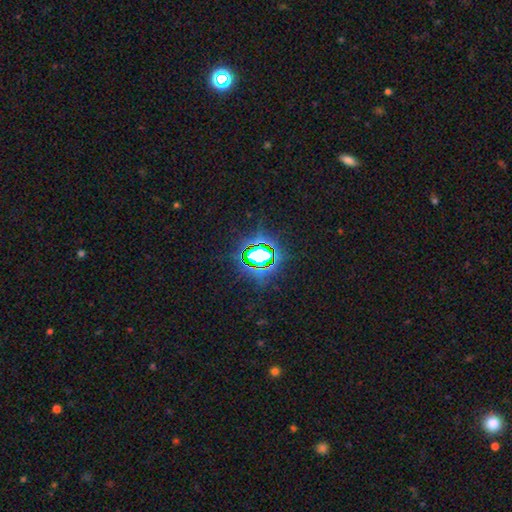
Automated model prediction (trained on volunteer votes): This appears to be a star or artifact, not a galaxy (76%).